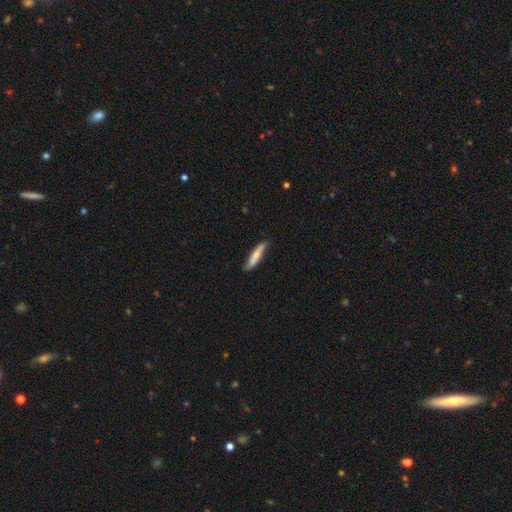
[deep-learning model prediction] Q: Smooth or featured?
A: smooth (69%); runner-up: featured or disk (25%)
Q: How rounded?
A: cigar-shaped (88%); runner-up: in between (11%)
Q: Merging?
A: none (72%); runner-up: minor disturbance (22%)